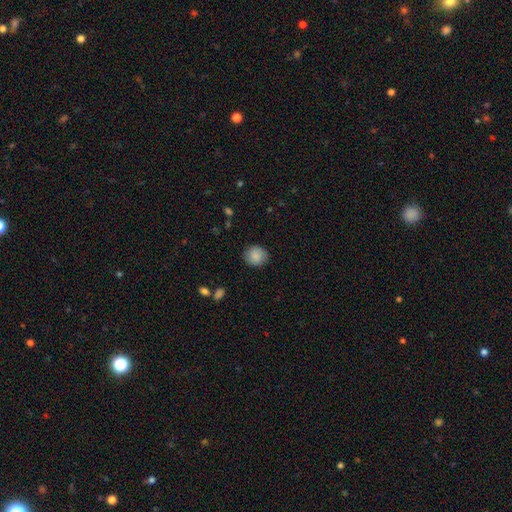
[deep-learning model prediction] Smooth or featured?
  - smooth: 87% *
  - star or artifact: 8%
  - featured or disk: 6%
How rounded?
  - round: 84% *
  - in between: 15%
  - cigar-shaped: 1%
Merging?
  - none: 87% *
  - minor disturbance: 9%
  - major disturbance: 3%
  - merger: 1%